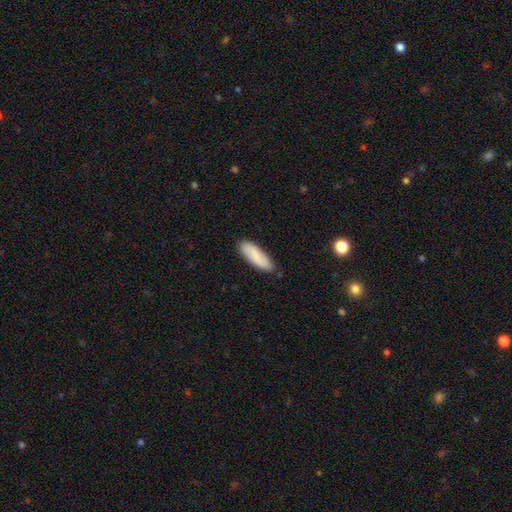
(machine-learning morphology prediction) Smooth or featured? Predicted: smooth (p=0.78). How rounded? Predicted: in between (p=0.57). Merging? Predicted: none (p=0.85).